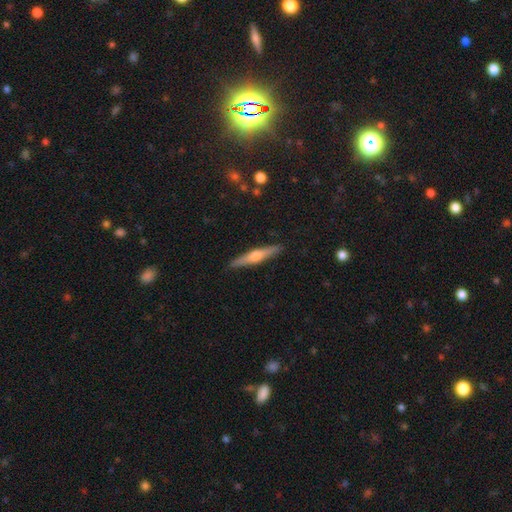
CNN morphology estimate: smooth_or_featured: featured or disk (p=0.63) [alt: smooth p=0.31]
disk_edge_on: yes (p=0.97) [alt: no p=0.03]
edge_on_bulge: rounded (p=0.88) [alt: none p=0.07]
merging: none (p=0.91) [alt: minor disturbance p=0.07]